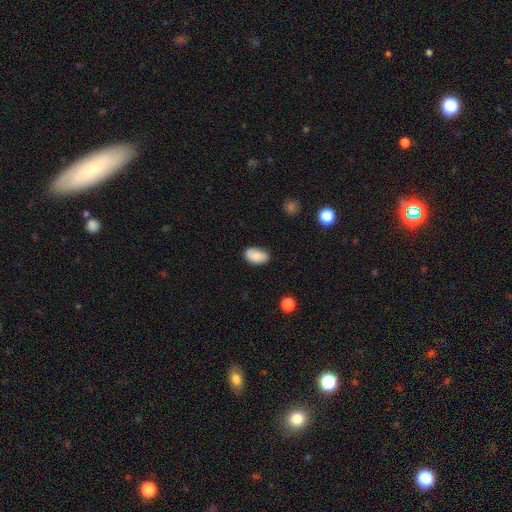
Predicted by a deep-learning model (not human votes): smooth 84%, featured or disk 9%, star or artifact 8%. Down the decision tree: how rounded — in between (92%); merging — none (76%).